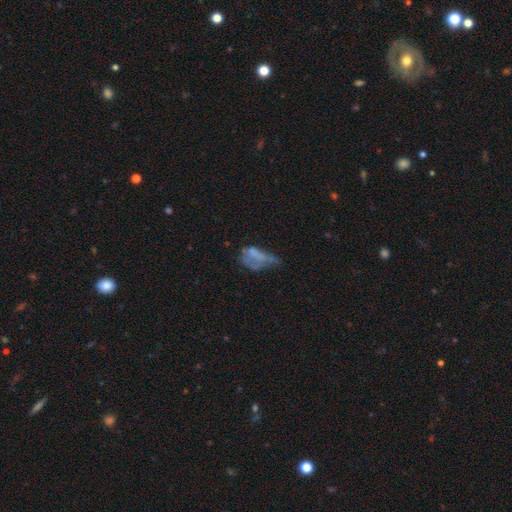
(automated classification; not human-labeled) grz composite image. It shows a smooth galaxy with no disk features (46%). Merging: major disturbance (45%).